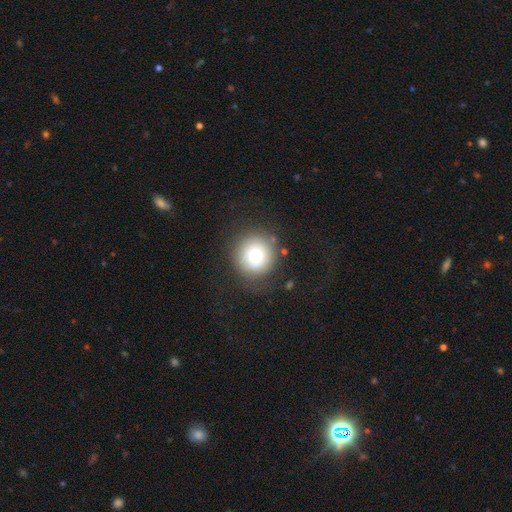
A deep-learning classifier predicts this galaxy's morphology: Overall: smooth (69%). How rounded: round (94%). Merging: none (80%).